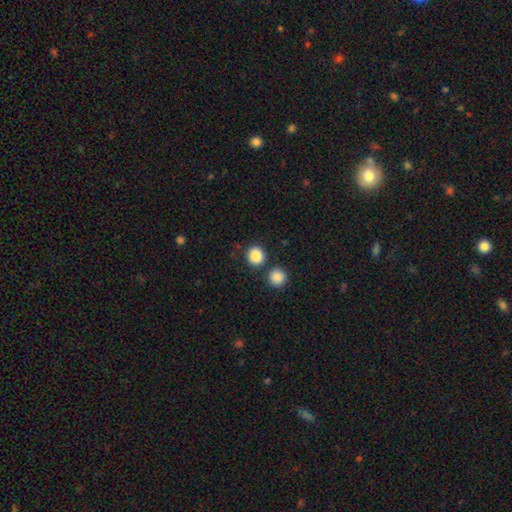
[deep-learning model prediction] Q: Smooth or featured?
A: smooth (86%); runner-up: star or artifact (10%)
Q: How rounded?
A: round (80%); runner-up: in between (19%)
Q: Merging?
A: none (79%); runner-up: merger (10%)